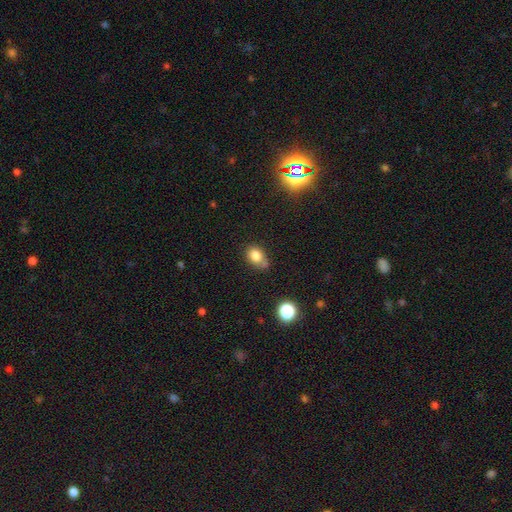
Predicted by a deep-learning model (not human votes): Morphology: type=smooth (81%); roundness=in between (56%); merging=none (53%).